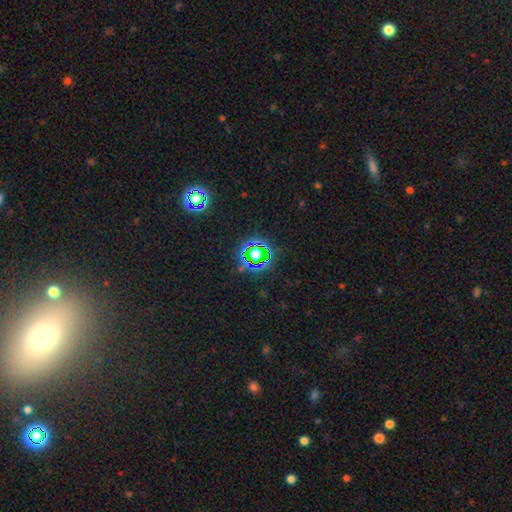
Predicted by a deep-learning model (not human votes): Q: Smooth or featured?
A: star or artifact (72%); runner-up: smooth (18%)